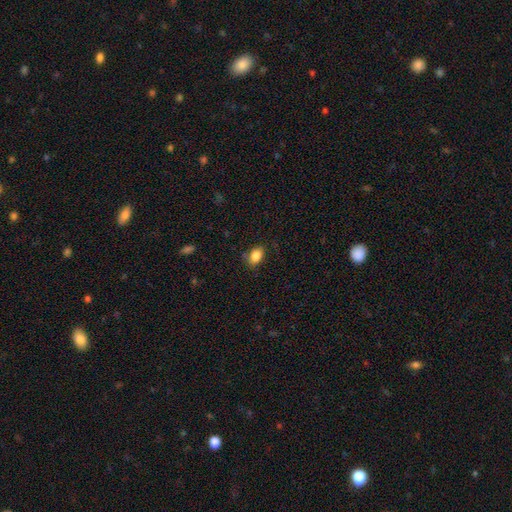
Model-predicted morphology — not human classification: Overall: smooth (86%). How rounded: in between (83%). Merging: none (80%).